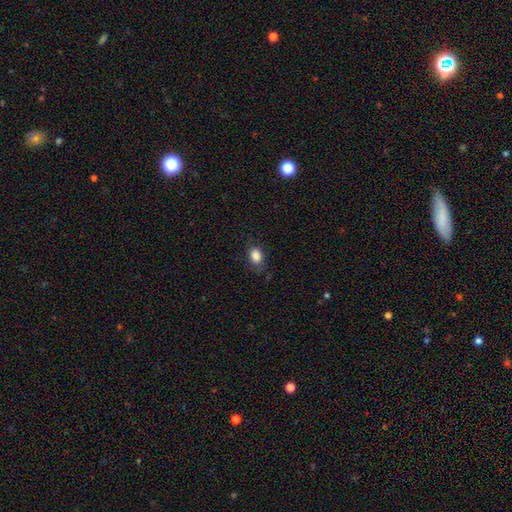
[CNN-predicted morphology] smooth_or_featured: smooth (p=0.86) [alt: star or artifact p=0.09]
how_rounded: in between (p=0.74) [alt: round p=0.25]
merging: none (p=0.75) [alt: minor disturbance p=0.18]